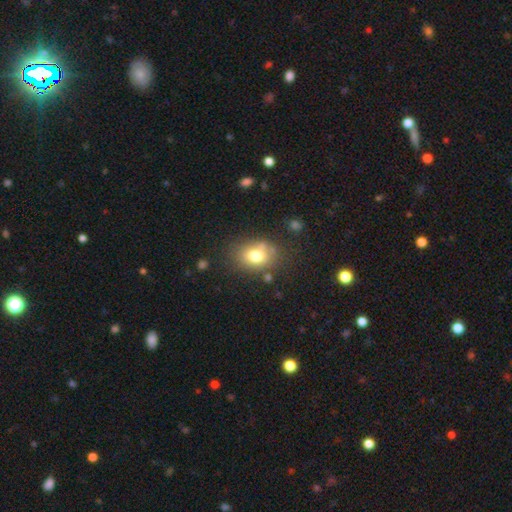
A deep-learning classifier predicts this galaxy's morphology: Smooth or featured? smooth (73%)
How rounded? in between (58%)
Merging? none (68%)